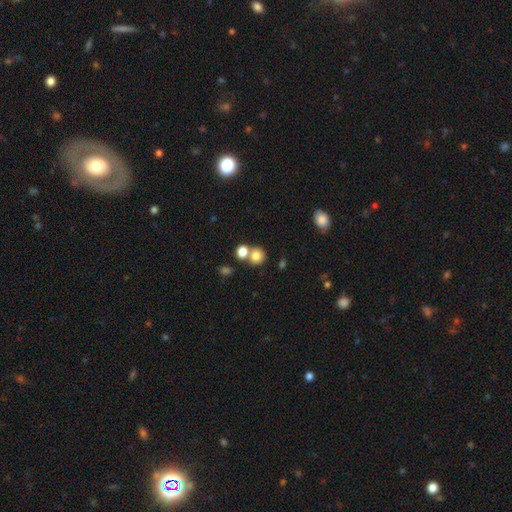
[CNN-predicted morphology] Q: Smooth or featured?
A: smooth (79%); runner-up: star or artifact (12%)
Q: How rounded?
A: round (83%); runner-up: in between (16%)
Q: Merging?
A: none (52%); runner-up: merger (37%)